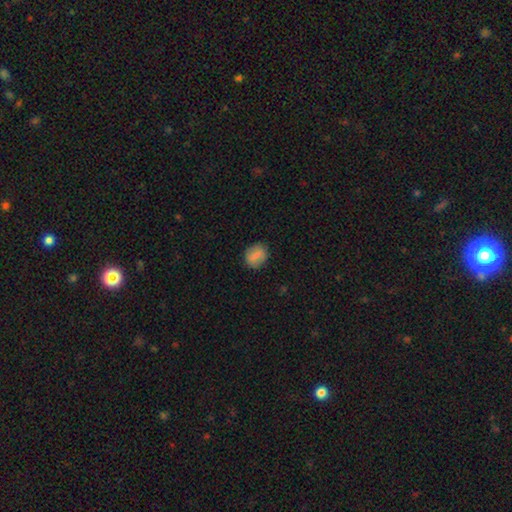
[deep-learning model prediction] Smooth or featured? smooth (75%)
How rounded? round (52%)
Merging? none (83%)